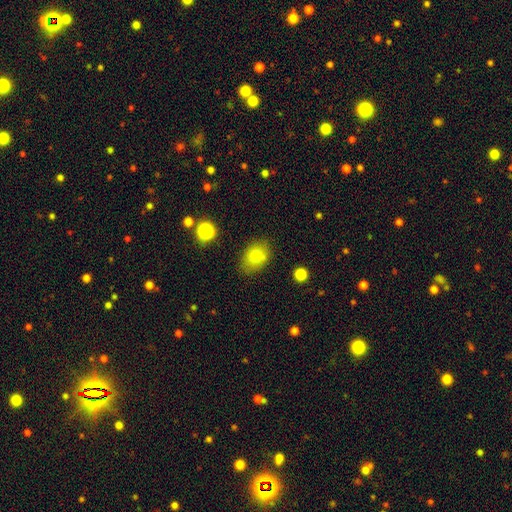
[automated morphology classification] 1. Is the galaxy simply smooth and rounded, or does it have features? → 79% smooth, 11% featured or disk, 10% star or artifact.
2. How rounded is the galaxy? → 75% in between, 24% round, 1% cigar-shaped.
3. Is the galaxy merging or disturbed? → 71% none, 17% minor disturbance, 7% merger, 5% major disturbance.